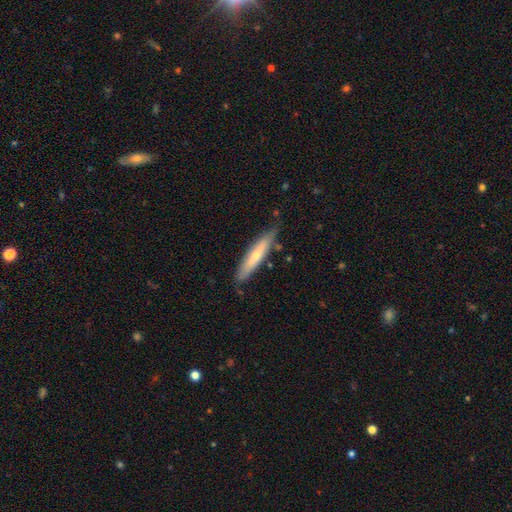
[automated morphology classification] This appears to be a smooth galaxy with no disk features (51%) that is cigar-shaped (87%). Merging: none (79%).